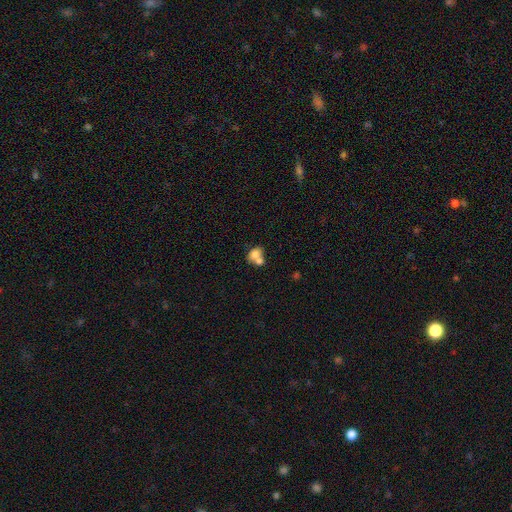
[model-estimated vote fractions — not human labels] Overall: smooth (74%). How rounded: in between (59%; round 40%). Merging: merger (64%; none 24%).